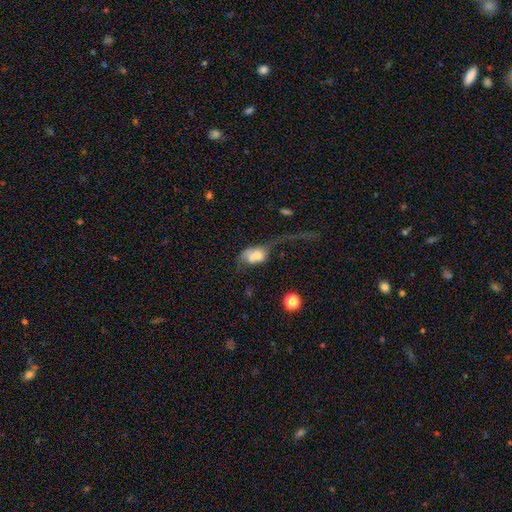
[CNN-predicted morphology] Smooth or featured? Predicted: smooth (p=0.53). How rounded? Predicted: in between (p=0.70). Merging? Predicted: merger (p=0.43).